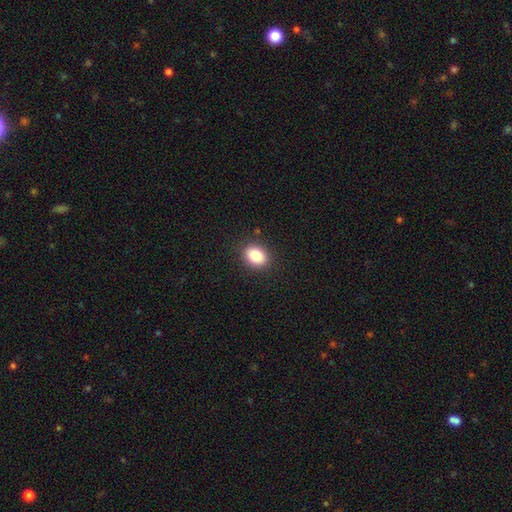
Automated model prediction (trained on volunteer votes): smooth-or-featured: smooth: 86% | star or artifact: 9% | featured or disk: 5%
  how-rounded: in between: 62% | round: 37% | cigar-shaped: 1%
  merging: none: 89% | minor disturbance: 8% | major disturbance: 2% | merger: 1%